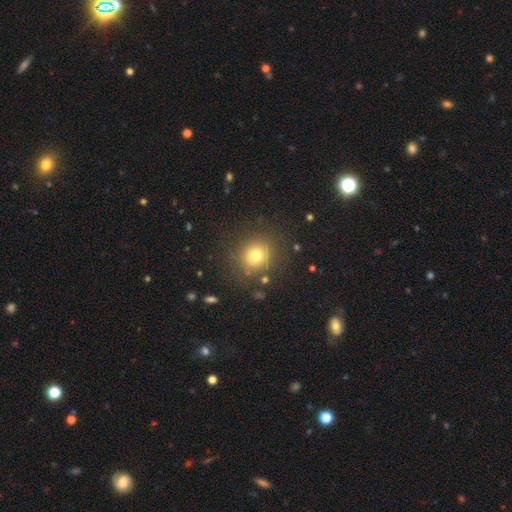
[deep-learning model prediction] Smooth or featured?
  - smooth: 75% *
  - star or artifact: 15%
  - featured or disk: 10%
How rounded?
  - round: 89% *
  - in between: 10%
  - cigar-shaped: 1%
Merging?
  - none: 84% *
  - minor disturbance: 9%
  - major disturbance: 4%
  - merger: 2%